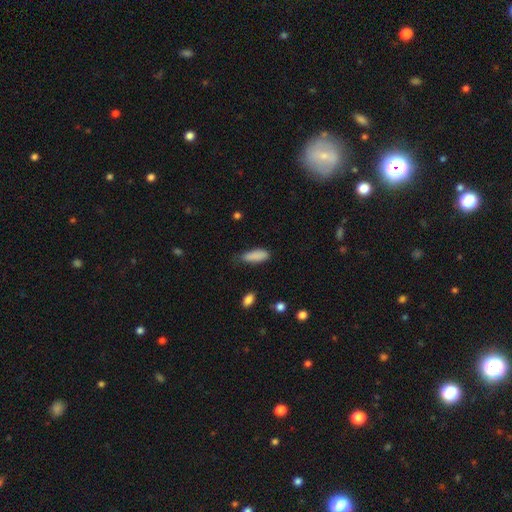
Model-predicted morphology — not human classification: This appears to be a smooth galaxy with no disk features (87%) that is in between round and cigar-shaped (59%). Merging: none (62%).